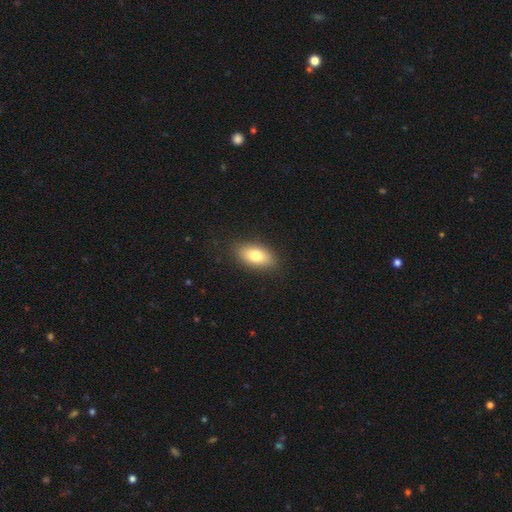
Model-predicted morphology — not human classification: smooth 76%, featured or disk 17%, star or artifact 7%. Down the decision tree: how rounded — in between (89%); merging — none (87%).